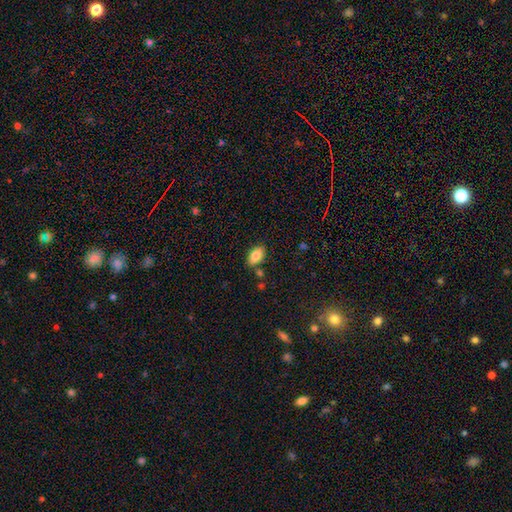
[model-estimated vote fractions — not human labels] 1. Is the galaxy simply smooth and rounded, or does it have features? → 84% smooth, 8% featured or disk, 8% star or artifact.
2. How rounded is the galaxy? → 92% in between, 5% round, 3% cigar-shaped.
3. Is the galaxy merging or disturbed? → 80% none, 11% minor disturbance, 6% merger, 3% major disturbance.